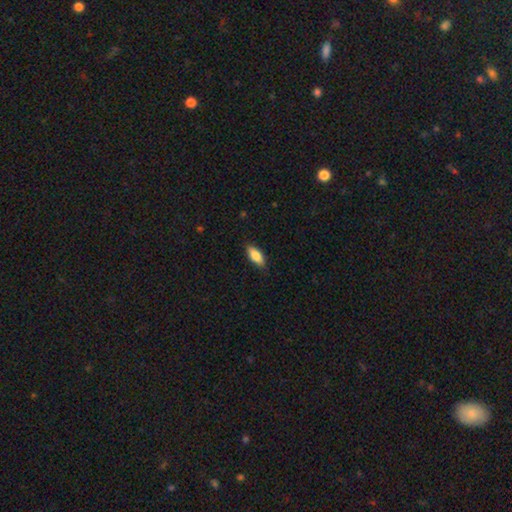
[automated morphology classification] smooth_or_featured: smooth (p=0.83) [alt: featured or disk p=0.11]
how_rounded: in between (p=0.83) [alt: cigar-shaped p=0.14]
merging: none (p=0.86) [alt: minor disturbance p=0.11]